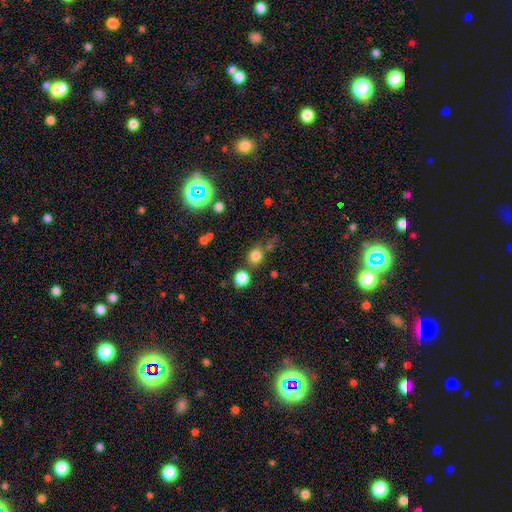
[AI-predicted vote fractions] The model was most divided on "merging": none: 69%, minor disturbance: 13%, merger: 13%, major disturbance: 5%. More confident: how rounded — round (79%); smooth or featured — smooth (78%).